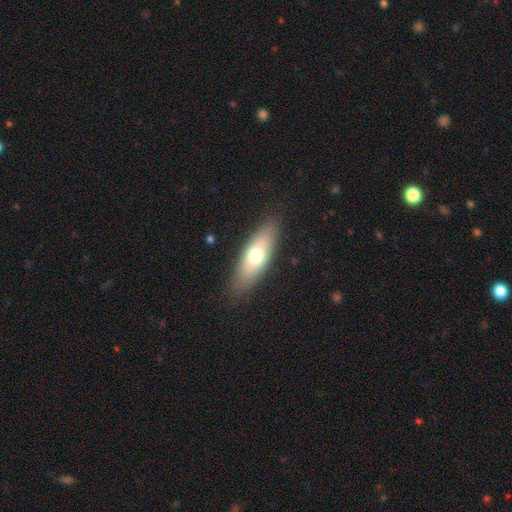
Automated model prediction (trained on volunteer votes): Smooth or featured? smooth (65%)
How rounded? in between (63%)
Merging? none (85%)